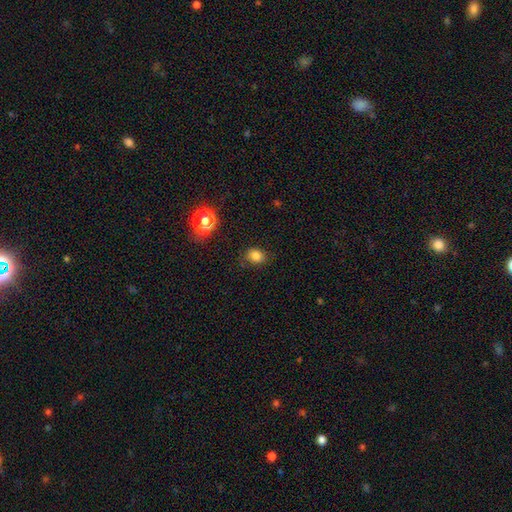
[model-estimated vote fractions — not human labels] This appears to be a smooth galaxy with no disk features (81%) that is round (55%). Merging: none (77%).